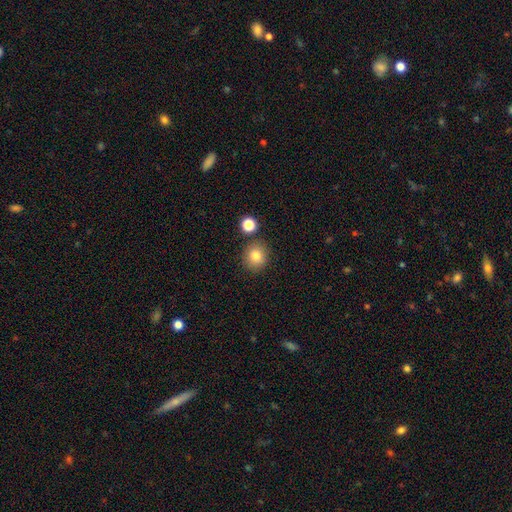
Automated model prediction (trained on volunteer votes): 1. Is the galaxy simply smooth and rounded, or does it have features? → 81% smooth, 11% star or artifact, 8% featured or disk.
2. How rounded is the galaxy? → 86% round, 13% in between, 1% cigar-shaped.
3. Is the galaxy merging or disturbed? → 83% none, 8% minor disturbance, 7% merger, 2% major disturbance.